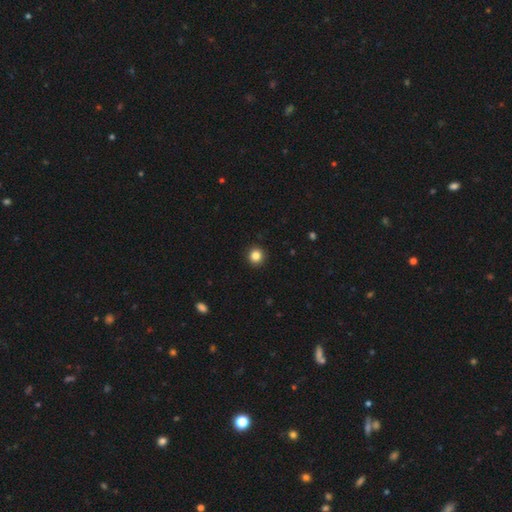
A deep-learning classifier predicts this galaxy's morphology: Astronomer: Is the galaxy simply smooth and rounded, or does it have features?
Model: smooth — 85%.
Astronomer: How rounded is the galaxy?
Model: round — 93%.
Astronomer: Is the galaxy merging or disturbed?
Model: none — 93%.